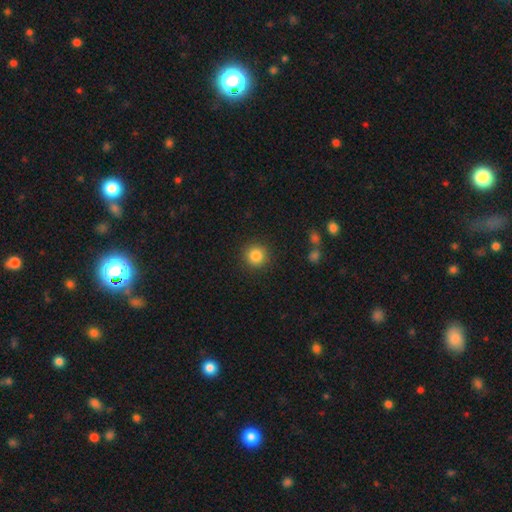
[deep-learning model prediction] smooth 85%, star or artifact 11%, featured or disk 5%. Down the decision tree: how rounded — round (94%); merging — none (90%).